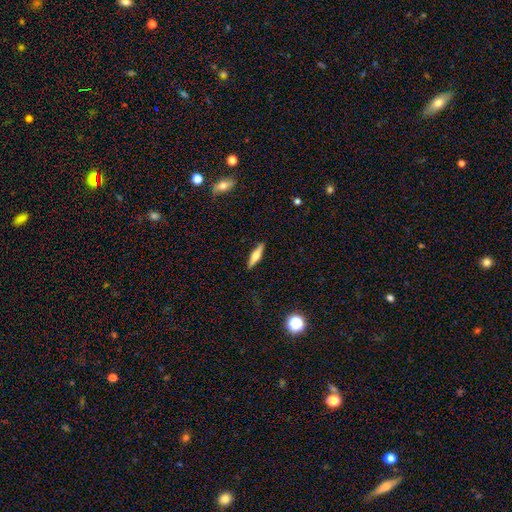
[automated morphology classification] Smooth or featured? Predicted: featured or disk (p=0.47). Merging? Predicted: none (p=0.89).